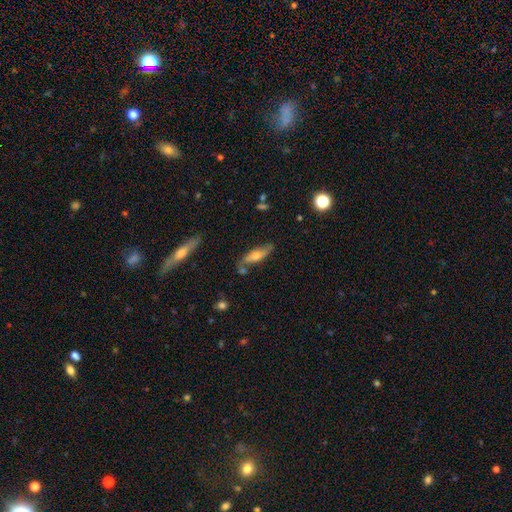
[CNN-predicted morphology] Smooth or featured: featured or disk — 47% (smooth — 45%)
Merging: none — 67% (minor disturbance — 19%)